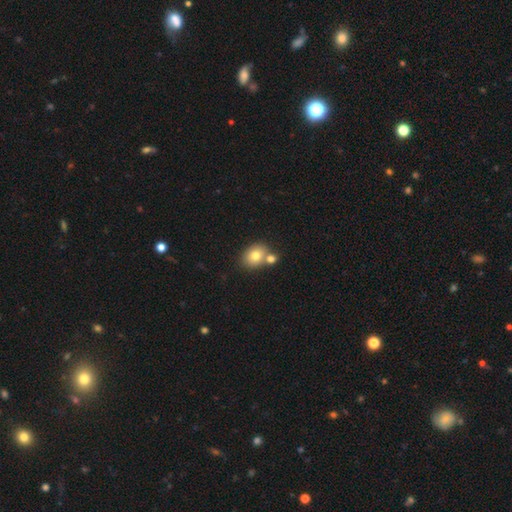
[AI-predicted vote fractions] Smooth or featured: smooth — 77% (featured or disk — 13%)
How rounded: in between — 52% (round — 47%)
Merging: none — 52% (merger — 35%)